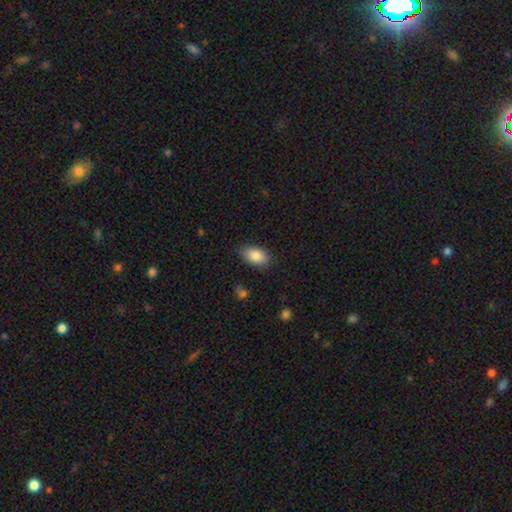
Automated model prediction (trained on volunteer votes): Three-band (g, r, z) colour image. It shows a smooth galaxy with no disk features (87%) that is in between round and cigar-shaped (92%). Merging: none (82%).